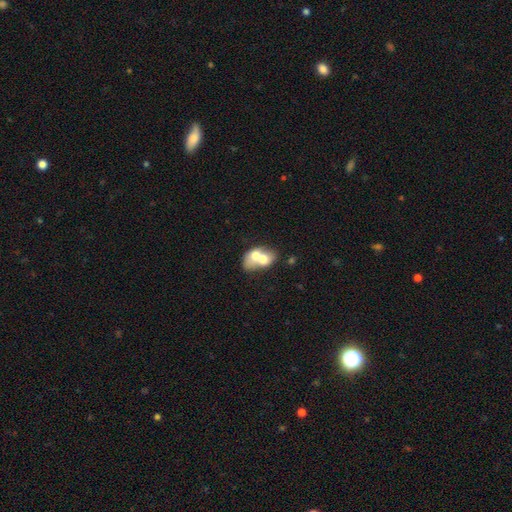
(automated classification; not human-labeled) A smooth galaxy with no disk features (60%) that is in between round and cigar-shaped (67%).

Vote fractions:
- Smooth or featured? smooth: 60% / featured or disk: 32% / star or artifact: 8%
- How rounded? in between: 67% / round: 31% / cigar-shaped: 1%
- Merging? merger: 76% / none: 14% / minor disturbance: 6% / major disturbance: 4%